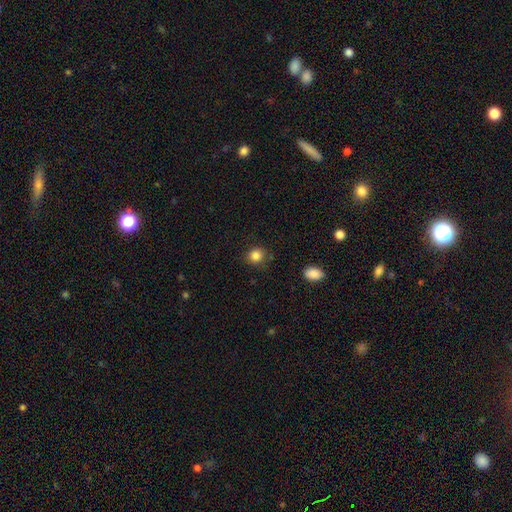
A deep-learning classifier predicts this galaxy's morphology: Overall: smooth (84%). How rounded: round (85%). Merging: none (84%).